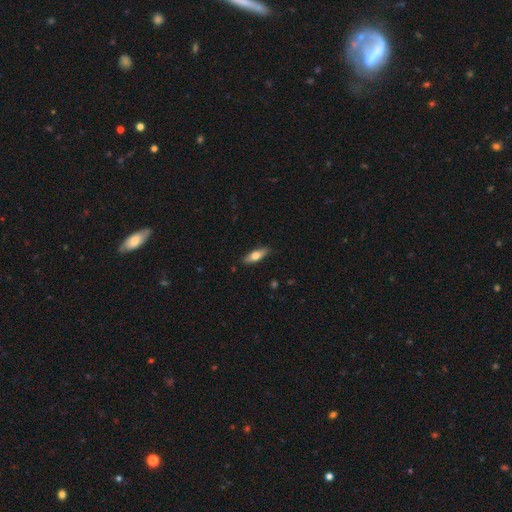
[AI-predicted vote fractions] Morphology: type=smooth (63%); roundness=in between (53%); merging=none (87%).